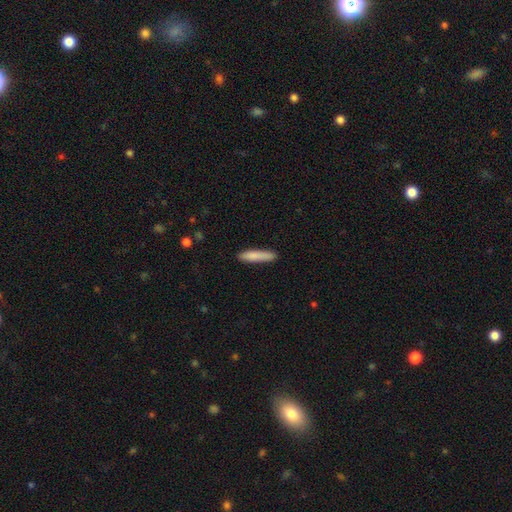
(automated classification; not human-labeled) smooth 84%, featured or disk 11%, star or artifact 6%. Down the decision tree: how rounded — cigar-shaped (88%); merging — none (86%).